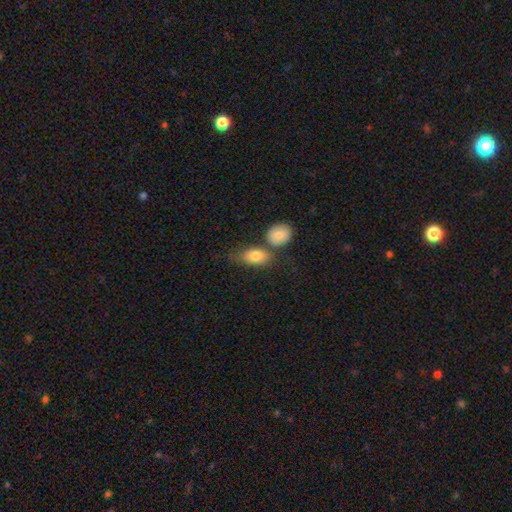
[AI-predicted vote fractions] Morphology: type=smooth (80%); roundness=in between (81%); merging=none (49%).